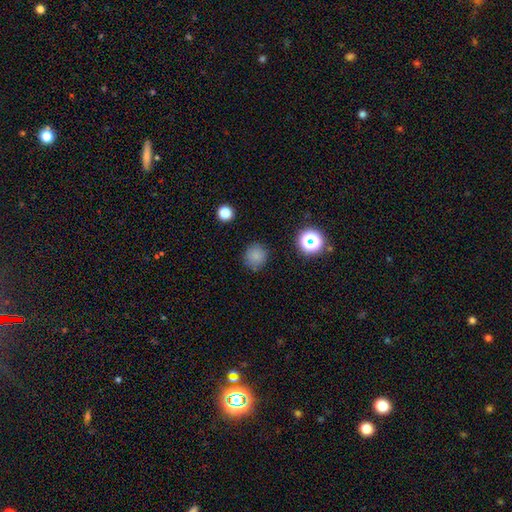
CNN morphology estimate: smooth 79%, star or artifact 15%, featured or disk 5%. Down the decision tree: how rounded — round (92%); merging — none (84%).